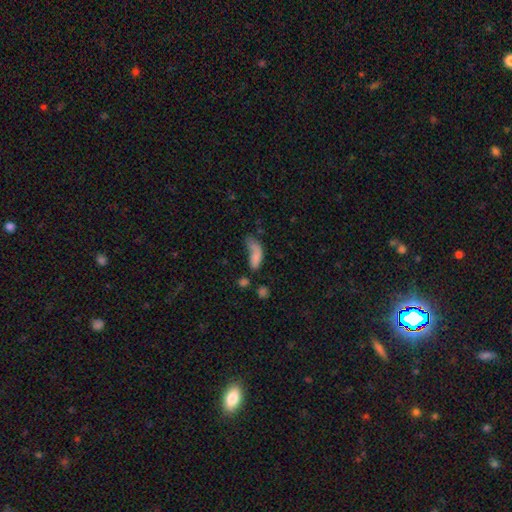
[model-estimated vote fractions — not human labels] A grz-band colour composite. It shows a smooth galaxy with no disk features (72%) that is in between round and cigar-shaped (77%). Merging: major disturbance (39%).